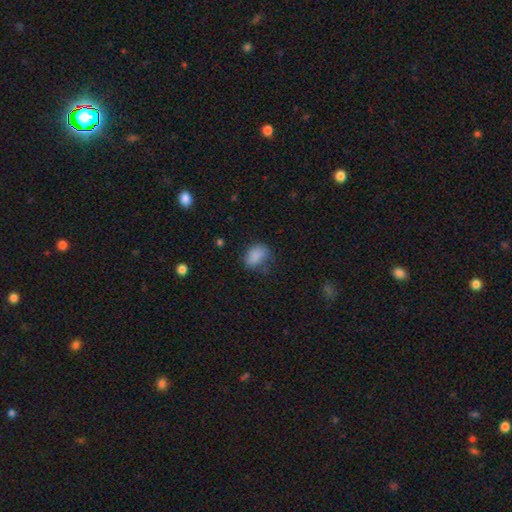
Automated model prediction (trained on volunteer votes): The model was most divided on "merging": none: 58%, minor disturbance: 28%, major disturbance: 11%, merger: 2%. More confident: smooth or featured — smooth (84%); how rounded — in between (77%).